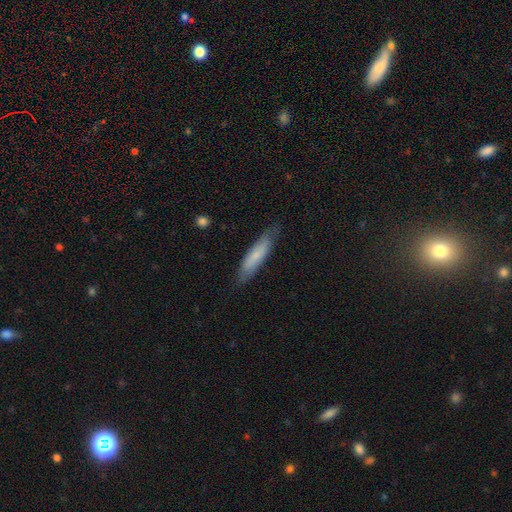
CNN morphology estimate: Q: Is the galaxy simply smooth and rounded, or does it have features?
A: smooth — 70%.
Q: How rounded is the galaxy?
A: cigar-shaped — 78%.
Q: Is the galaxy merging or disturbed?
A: none — 80%.